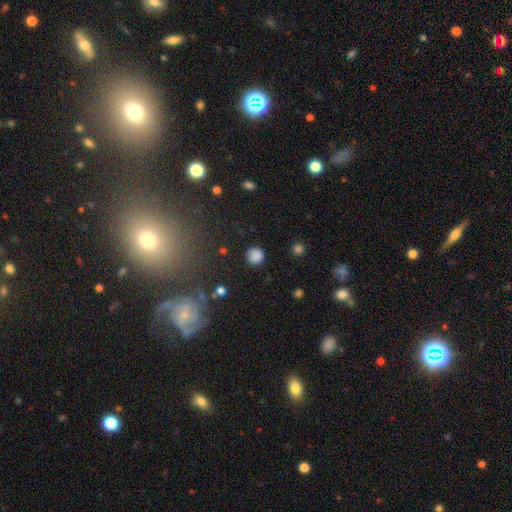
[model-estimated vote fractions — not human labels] Smooth or featured: smooth — 84% (star or artifact — 11%)
How rounded: round — 94% (in between — 5%)
Merging: none — 89% (minor disturbance — 7%)